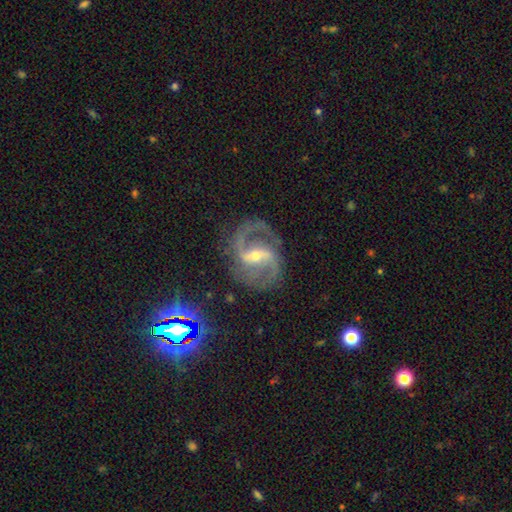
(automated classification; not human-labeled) Smooth or featured?
  - featured or disk: 91% *
  - star or artifact: 6%
  - smooth: 3%
Edge-on disk?
  - no: 98% *
  - yes: 2%
Bar?
  - strong: 50% *
  - weak: 37%
  - no: 13%
Spiral arms?
  - yes: 98% *
  - no: 2%
Spiral winding?
  - medium: 62% *
  - loose: 24%
  - tight: 15%
Spiral arm count?
  - 2: 90% *
  - 3: 4%
  - can't tell: 2%
  - 1: 2%
  - 4: 1%
  - more than 4: 1%
Bulge size?
  - small: 58% *
  - moderate: 39%
  - large: 1%
  - none: 1%
  - dominant: 1%
Merging?
  - none: 78% *
  - minor disturbance: 14%
  - major disturbance: 7%
  - merger: 2%